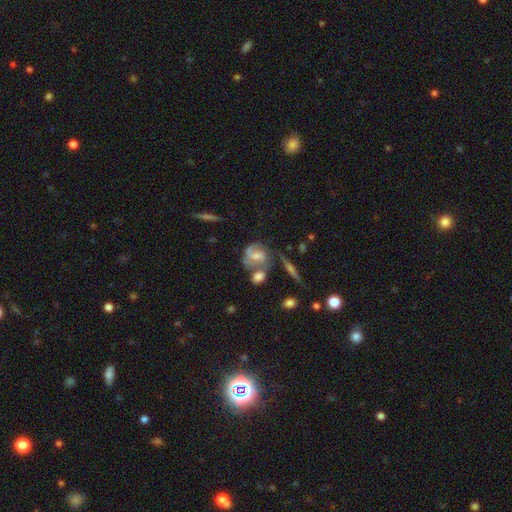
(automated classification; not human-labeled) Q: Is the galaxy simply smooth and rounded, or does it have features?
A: featured or disk — 71%.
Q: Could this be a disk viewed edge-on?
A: no — 95%.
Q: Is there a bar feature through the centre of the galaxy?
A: weak — 43%, tied with no.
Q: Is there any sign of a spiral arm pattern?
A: yes — 87%.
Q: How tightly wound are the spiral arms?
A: medium — 49%.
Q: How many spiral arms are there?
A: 2 — 63%.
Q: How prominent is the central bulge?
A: moderate — 46%.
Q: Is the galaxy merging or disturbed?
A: none — 39%.